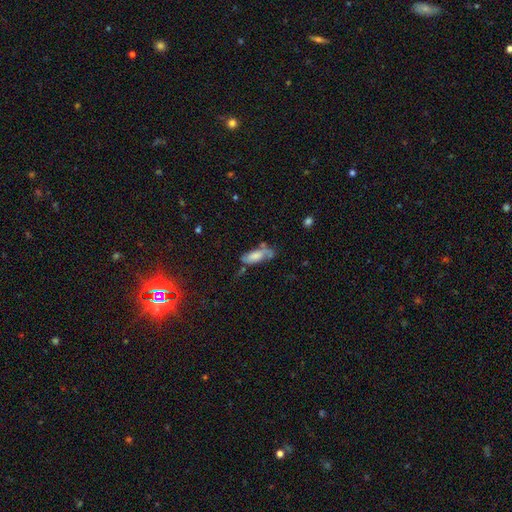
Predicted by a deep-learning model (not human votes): This is likely a smooth galaxy (62%). How rounded: likely in between (69%). Merging: marginally none (42%).